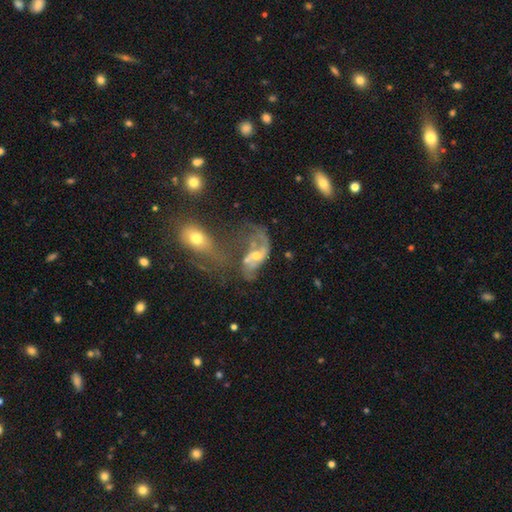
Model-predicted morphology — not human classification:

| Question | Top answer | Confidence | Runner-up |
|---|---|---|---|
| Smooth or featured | featured or disk | 71% | smooth (18%) |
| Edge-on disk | no | 95% | yes (5%) |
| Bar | no | 58% | weak (32%) |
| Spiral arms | yes | 74% | no (26%) |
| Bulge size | moderate | 51% | small (35%) |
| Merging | merger | 50% | major disturbance (22%) |